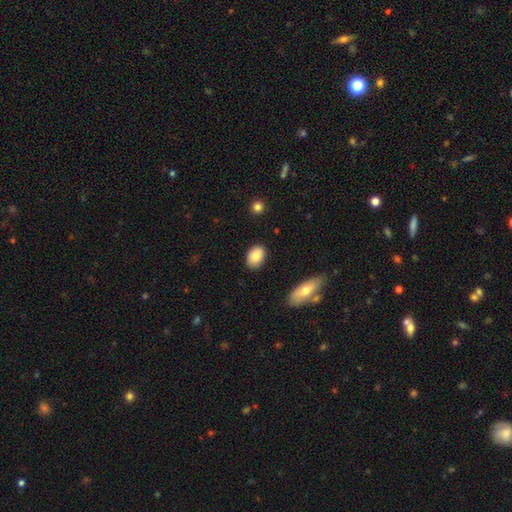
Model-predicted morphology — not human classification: Smooth or featured?
  - smooth: 86% *
  - star or artifact: 7%
  - featured or disk: 7%
How rounded?
  - in between: 85% *
  - round: 13%
  - cigar-shaped: 1%
Merging?
  - none: 86% *
  - minor disturbance: 10%
  - major disturbance: 2%
  - merger: 2%